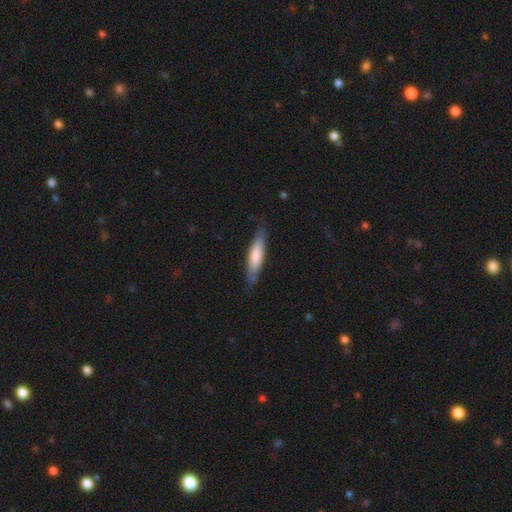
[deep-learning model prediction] A smooth galaxy with no disk features (71%) that is cigar-shaped (75%).

Vote fractions:
- Smooth or featured? smooth: 71% / featured or disk: 25% / star or artifact: 5%
- How rounded? cigar-shaped: 75% / in between: 24% / round: 1%
- Merging? none: 79% / minor disturbance: 17% / major disturbance: 3% / merger: 1%